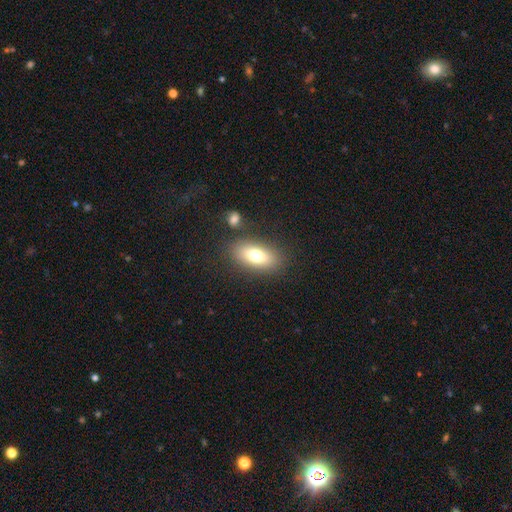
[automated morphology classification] Smooth or featured? smooth (73%)
How rounded? in between (84%)
Merging? none (80%)